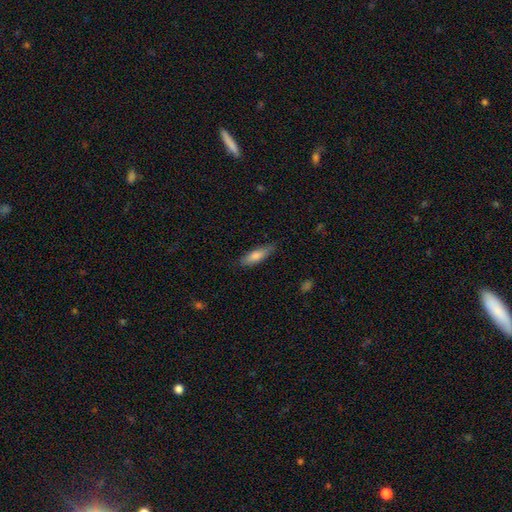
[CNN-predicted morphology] Smooth or featured? smooth (72%)
How rounded? cigar-shaped (60%)
Merging? none (80%)